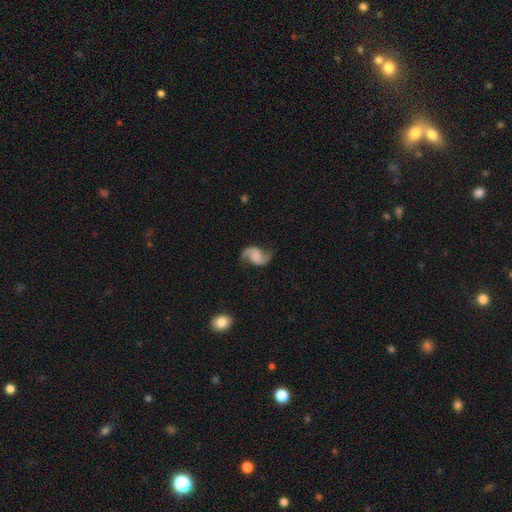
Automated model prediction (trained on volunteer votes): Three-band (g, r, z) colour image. It shows a featured or disk galaxy (86%) with no bar (57%), 2 (94%) loose (62%) spiral arms (97%) and no central bulge (62%). Merging: none (77%).